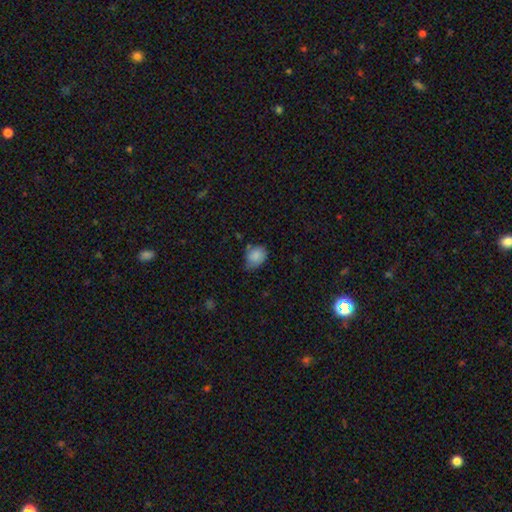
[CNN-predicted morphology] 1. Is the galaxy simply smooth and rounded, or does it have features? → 83% smooth, 8% star or artifact, 8% featured or disk.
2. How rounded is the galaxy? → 58% in between, 41% round, 1% cigar-shaped.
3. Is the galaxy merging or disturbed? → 50% none, 39% minor disturbance, 8% major disturbance, 4% merger.